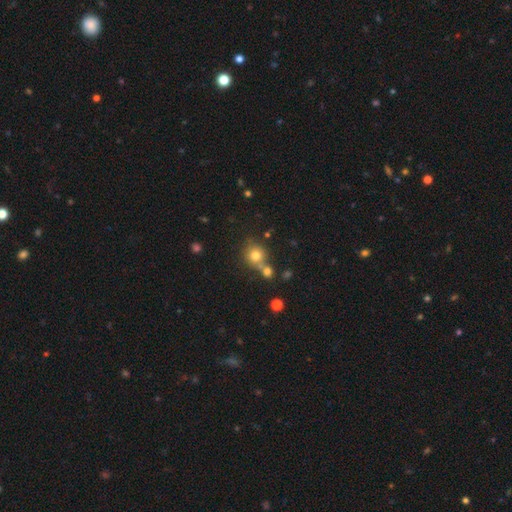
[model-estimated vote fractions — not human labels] The model was most divided on "merging": none: 57%, merger: 30%, minor disturbance: 9%, major disturbance: 4%. More confident: how rounded — round (88%); smooth or featured — smooth (76%).